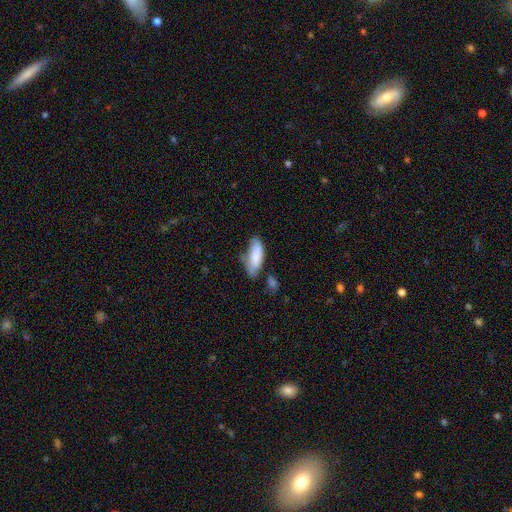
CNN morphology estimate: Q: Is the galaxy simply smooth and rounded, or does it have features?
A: smooth — 77%.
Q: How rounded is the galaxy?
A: in between — 71%.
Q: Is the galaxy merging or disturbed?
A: none — 44%.